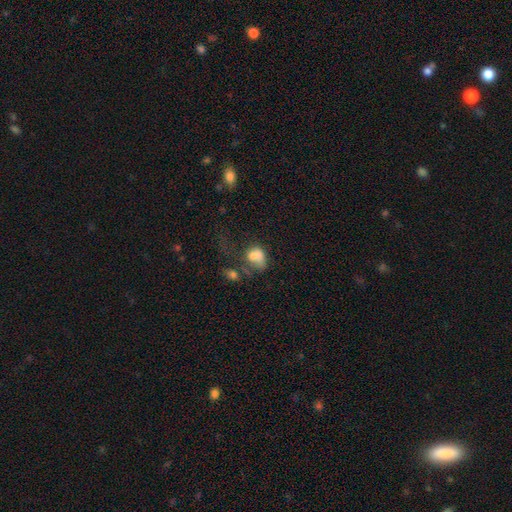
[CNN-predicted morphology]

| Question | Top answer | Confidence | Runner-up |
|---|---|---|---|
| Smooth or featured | smooth | 66% | featured or disk (22%) |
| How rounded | in between | 66% | round (32%) |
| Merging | merger | 38% | major disturbance (30%) |